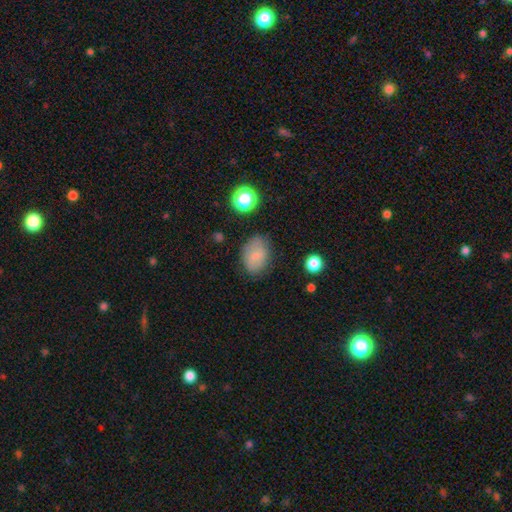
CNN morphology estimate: Q: Smooth or featured?
A: smooth (74%); runner-up: featured or disk (16%)
Q: How rounded?
A: in between (75%); runner-up: round (24%)
Q: Merging?
A: none (74%); runner-up: minor disturbance (19%)